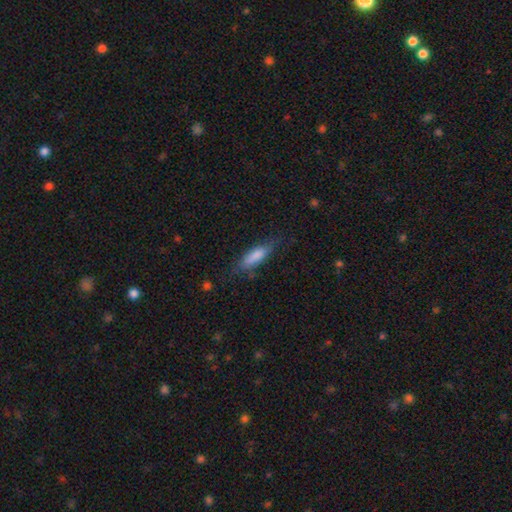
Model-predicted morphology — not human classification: type=smooth (72%); roundness=cigar-shaped (63%); merging=none (72%).